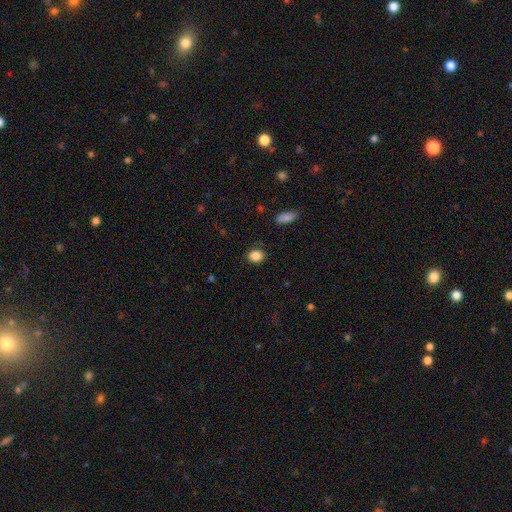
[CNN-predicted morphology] Smooth or featured: smooth — 87% (star or artifact — 9%)
How rounded: round — 62% (in between — 37%)
Merging: none — 86% (minor disturbance — 10%)